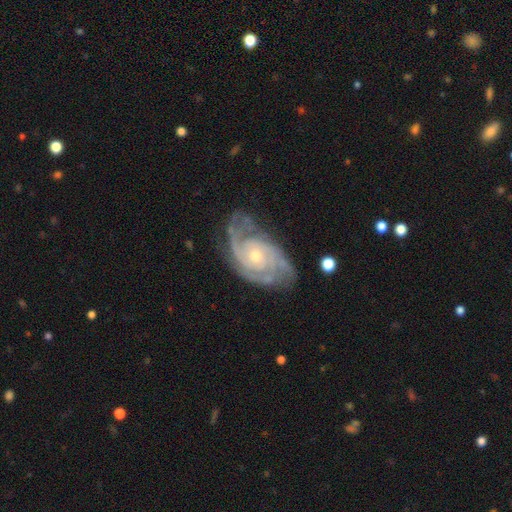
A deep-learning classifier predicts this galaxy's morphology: featured or disk 90%, smooth 5%, star or artifact 5%. Down the decision tree: edge-on disk — no (96%); bar — no (73%); spiral arms — yes (97%); spiral arm count — 2 (34%); spiral winding — tight (63%); bulge size — small (58%); merging — none (66%).